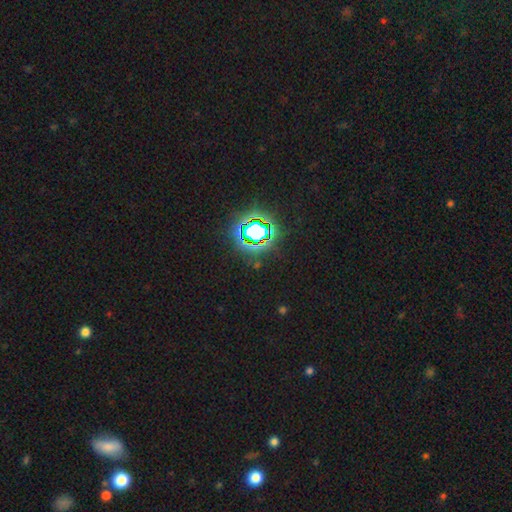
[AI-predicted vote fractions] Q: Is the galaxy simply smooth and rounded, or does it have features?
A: star or artifact — 81%.